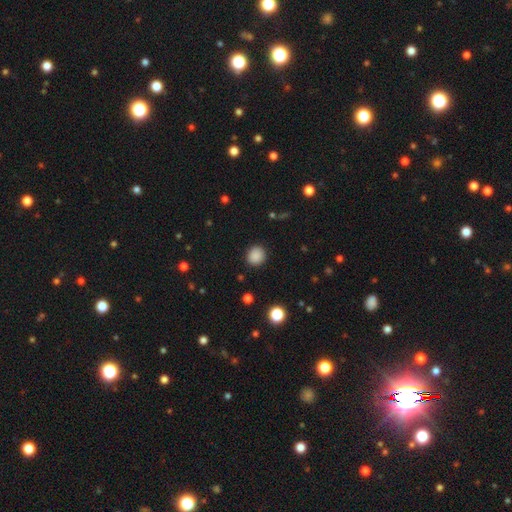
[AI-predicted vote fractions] Smooth or featured? smooth (87%)
How rounded? round (88%)
Merging? none (90%)